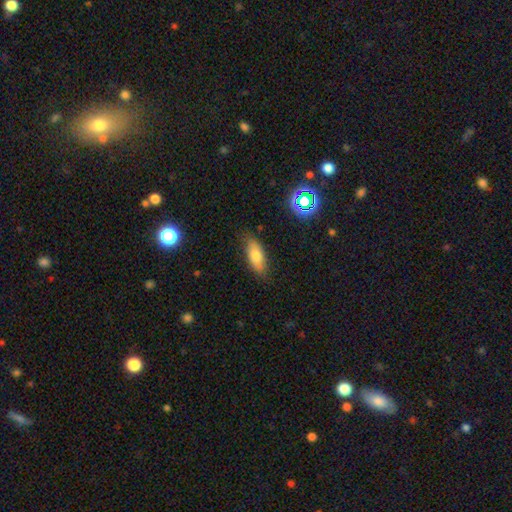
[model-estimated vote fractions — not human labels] Q: Smooth or featured?
A: smooth (74%); runner-up: featured or disk (16%)
Q: How rounded?
A: in between (78%); runner-up: cigar-shaped (18%)
Q: Merging?
A: none (82%); runner-up: minor disturbance (14%)